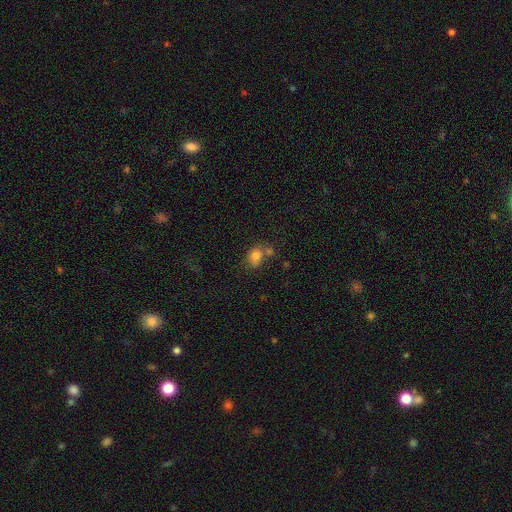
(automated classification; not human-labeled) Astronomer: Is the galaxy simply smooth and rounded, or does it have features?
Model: smooth — 78%.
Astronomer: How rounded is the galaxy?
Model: in between — 56% (runner-up: round, 43%).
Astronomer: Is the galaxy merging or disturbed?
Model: none — 45% (runner-up: merger, 30%).